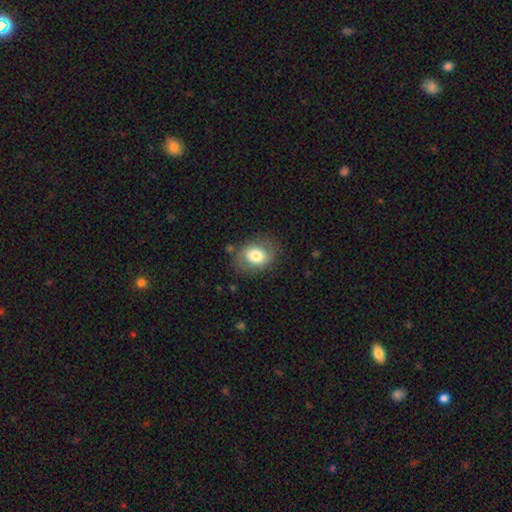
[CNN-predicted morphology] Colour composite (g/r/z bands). It shows a smooth galaxy with no disk features (74%) that is in between round and cigar-shaped (60%). Merging: none (75%).